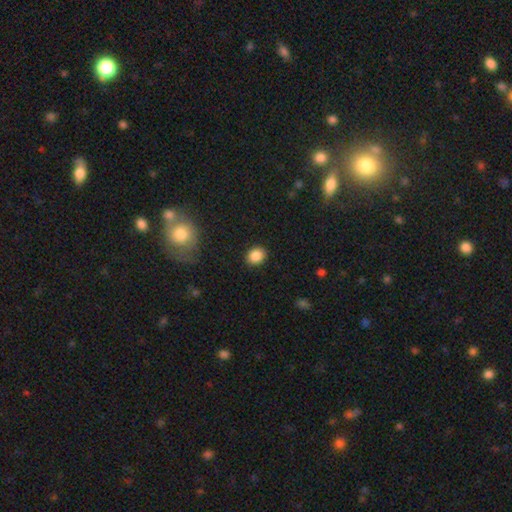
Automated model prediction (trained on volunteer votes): Q: Smooth or featured?
A: smooth (87%); runner-up: star or artifact (9%)
Q: How rounded?
A: round (62%); runner-up: in between (37%)
Q: Merging?
A: none (89%); runner-up: minor disturbance (7%)